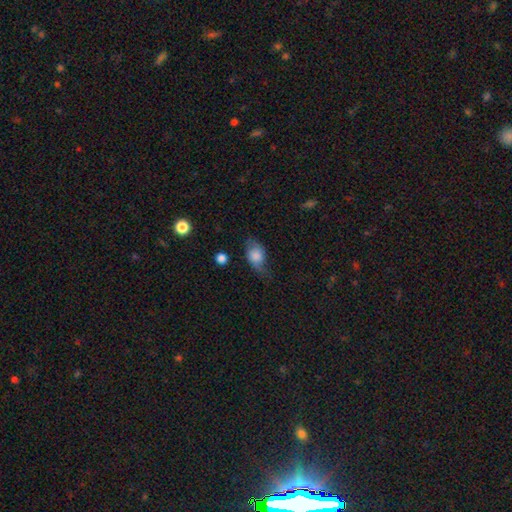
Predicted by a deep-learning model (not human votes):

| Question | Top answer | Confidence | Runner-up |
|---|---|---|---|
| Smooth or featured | smooth | 68% | featured or disk (24%) |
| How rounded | in between | 74% | round (23%) |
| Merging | none | 49% | minor disturbance (33%) |